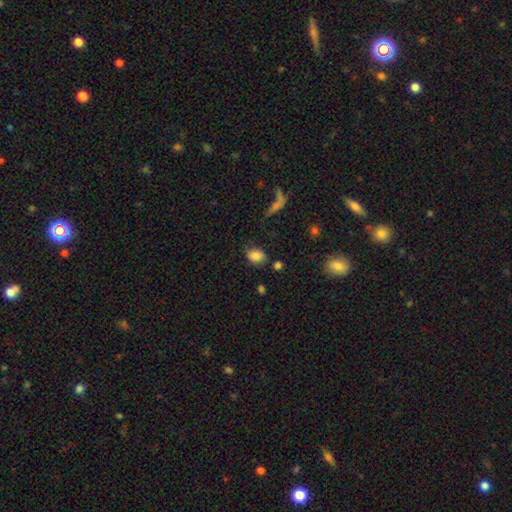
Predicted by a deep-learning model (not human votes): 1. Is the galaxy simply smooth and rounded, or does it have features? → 80% smooth, 10% featured or disk, 10% star or artifact.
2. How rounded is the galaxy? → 61% in between, 37% round, 2% cigar-shaped.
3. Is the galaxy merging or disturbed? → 66% none, 22% minor disturbance, 7% major disturbance, 5% merger.